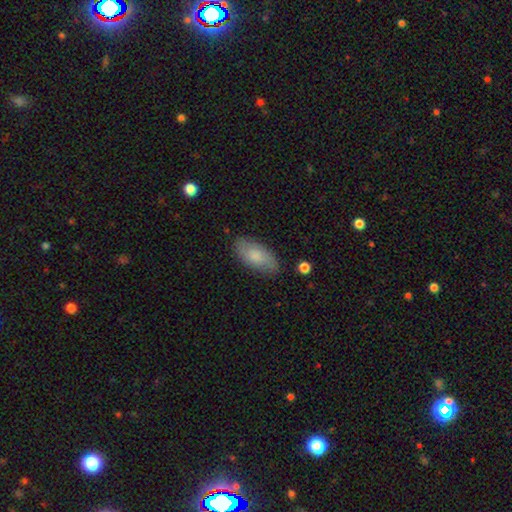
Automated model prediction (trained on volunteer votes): Morphology: type=smooth (75%); roundness=in between (91%); merging=none (81%).